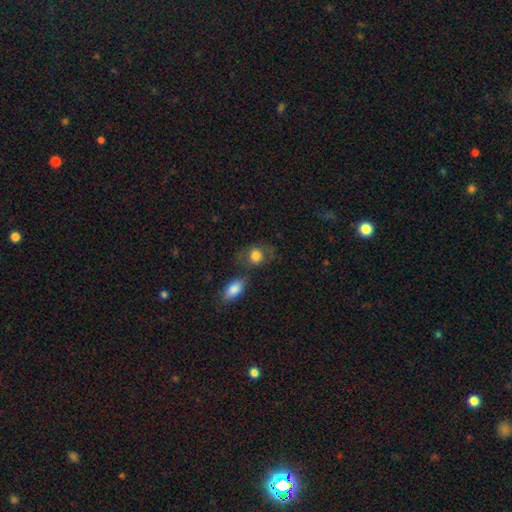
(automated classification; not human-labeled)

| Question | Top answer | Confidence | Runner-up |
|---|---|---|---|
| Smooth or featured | smooth | 73% | featured or disk (19%) |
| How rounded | round | 50% | in between (49%) |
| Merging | none | 53% | minor disturbance (19%) |